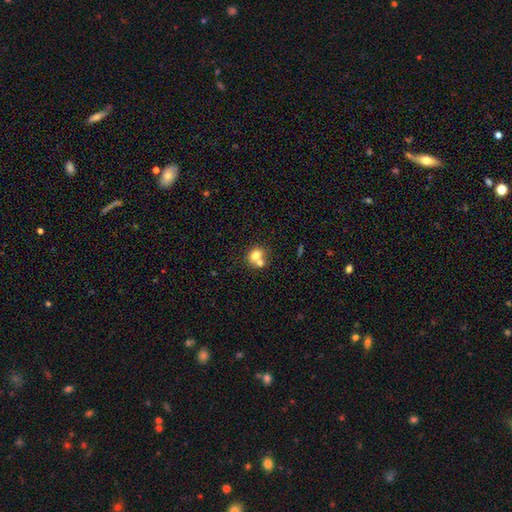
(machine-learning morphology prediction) Overall: smooth (73%). How rounded: round (67%; in between 32%). Merging: merger (50%; none 40%).